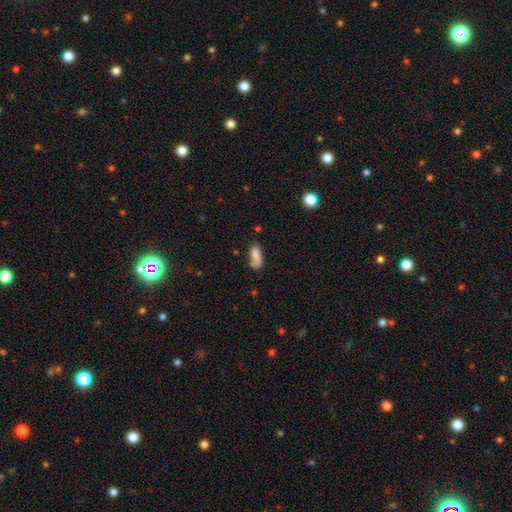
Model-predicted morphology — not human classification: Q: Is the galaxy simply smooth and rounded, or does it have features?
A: smooth — 77%.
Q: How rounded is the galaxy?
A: in between — 74%.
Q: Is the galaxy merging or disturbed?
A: none — 44%.